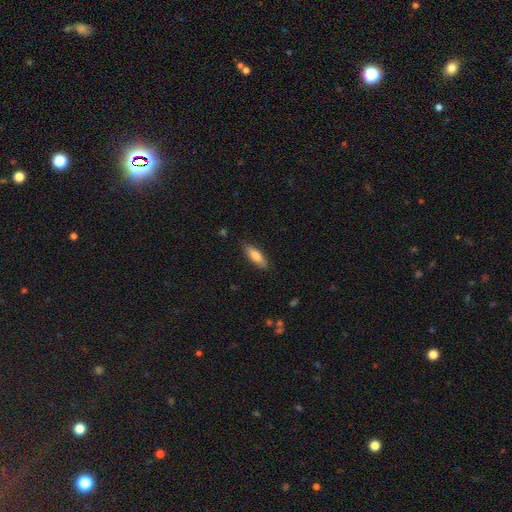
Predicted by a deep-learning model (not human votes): smooth_or_featured: smooth (p=0.77) [alt: featured or disk p=0.17]
how_rounded: in between (p=0.54) [alt: cigar-shaped p=0.44]
merging: none (p=0.84) [alt: minor disturbance p=0.12]